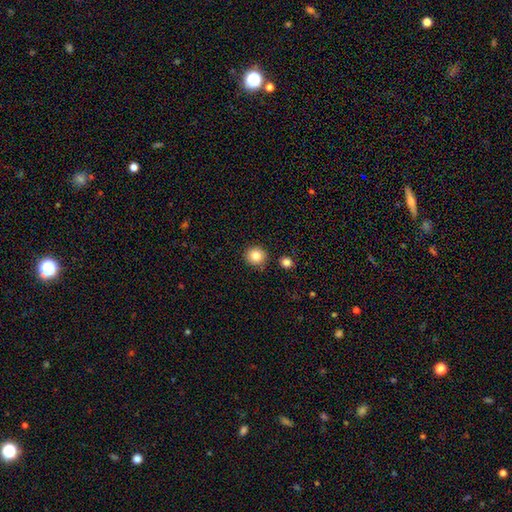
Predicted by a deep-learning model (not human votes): The model was most divided on "smooth or featured": smooth: 83%, star or artifact: 10%, featured or disk: 7%. More confident: how rounded — round (93%); merging — none (87%).